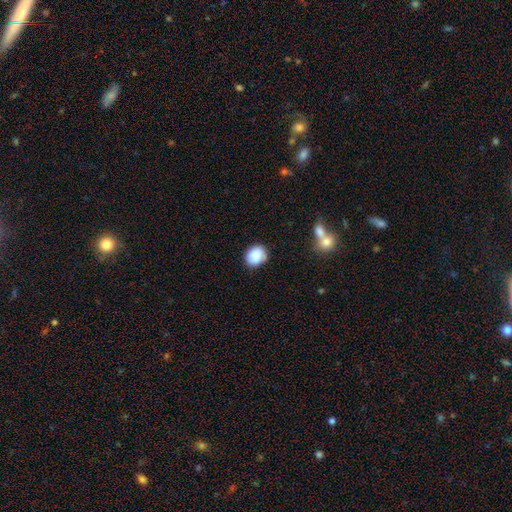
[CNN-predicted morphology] Smooth or featured: smooth — 86% (star or artifact — 8%)
How rounded: round — 55% (in between — 44%)
Merging: none — 77% (minor disturbance — 16%)